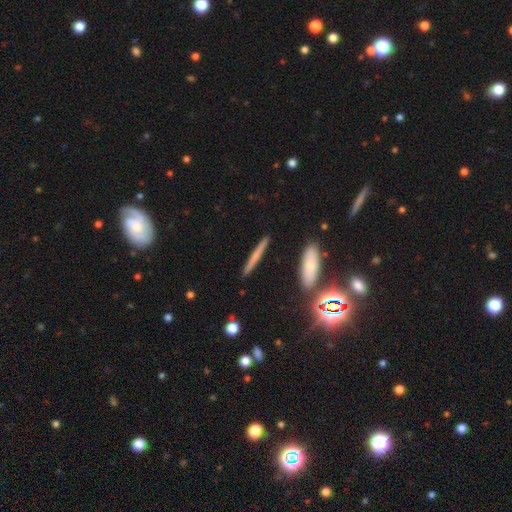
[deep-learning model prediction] smooth_or_featured: smooth (p=0.51) [alt: featured or disk p=0.38]
how_rounded: cigar-shaped (p=0.93) [alt: in between p=0.04]
merging: none (p=0.90) [alt: minor disturbance p=0.07]